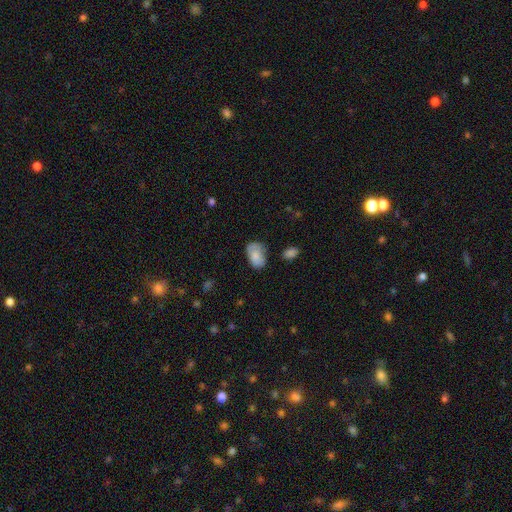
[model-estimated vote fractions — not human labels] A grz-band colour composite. It shows a smooth galaxy with no disk features (79%) that is in between round and cigar-shaped (89%). Merging: none (53%).